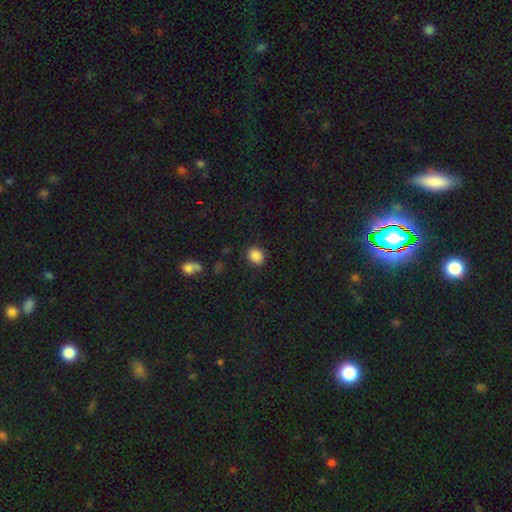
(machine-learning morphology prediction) This is clearly a smooth galaxy (86%). How rounded: likely round (61%). Merging: clearly none (85%).